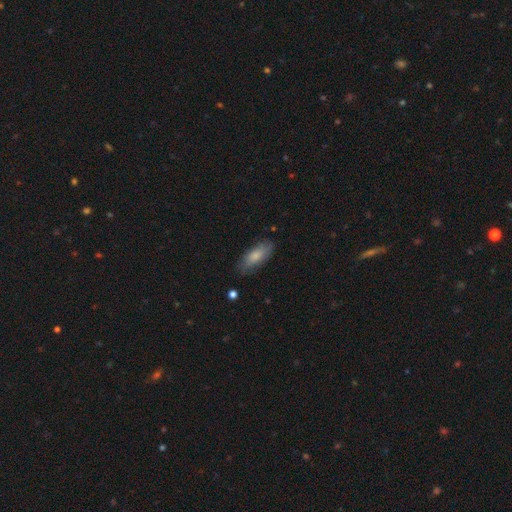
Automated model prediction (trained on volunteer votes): Smooth or featured: smooth — 78% (featured or disk — 17%)
How rounded: in between — 78% (cigar-shaped — 21%)
Merging: none — 75% (minor disturbance — 19%)